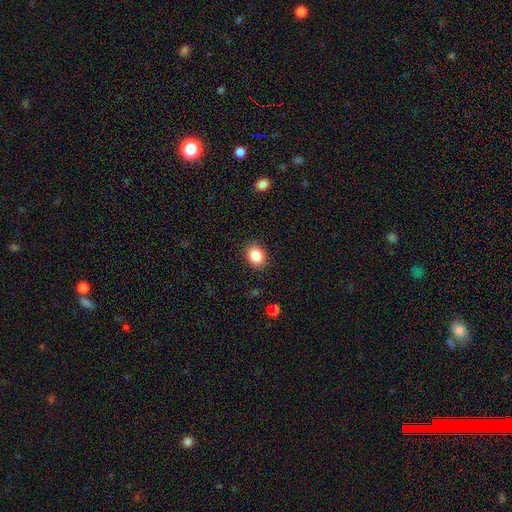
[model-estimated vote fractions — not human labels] Smooth or featured? Predicted: smooth (p=0.86). How rounded? Predicted: in between (p=0.54). Merging? Predicted: none (p=0.88).